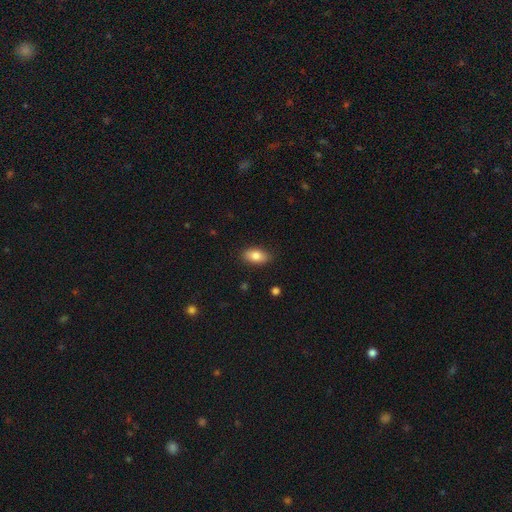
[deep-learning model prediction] Smooth or featured? Predicted: smooth (p=0.82). How rounded? Predicted: in between (p=0.90). Merging? Predicted: none (p=0.87).